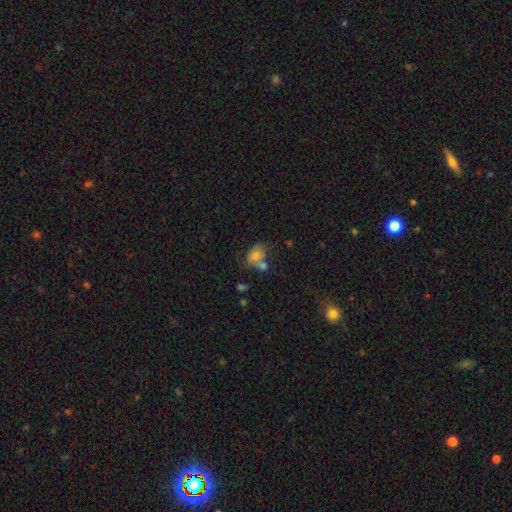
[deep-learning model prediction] Smooth or featured?
  - smooth: 69% *
  - featured or disk: 19%
  - star or artifact: 12%
How rounded?
  - in between: 67% *
  - round: 31%
  - cigar-shaped: 1%
Merging?
  - merger: 36% *
  - none: 34%
  - minor disturbance: 19%
  - major disturbance: 11%